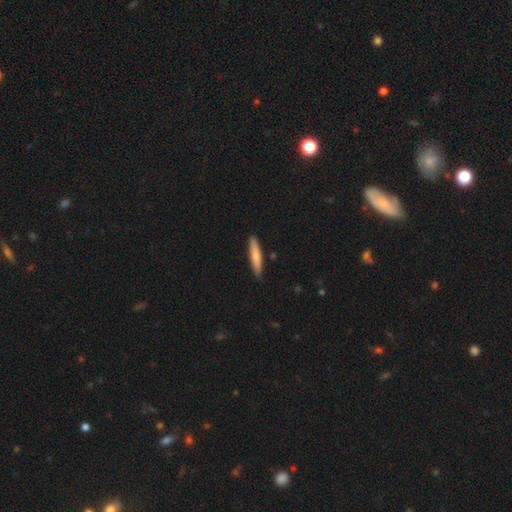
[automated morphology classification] A smooth galaxy with no disk features (75%) that is cigar-shaped (90%). Merging: none (89%).